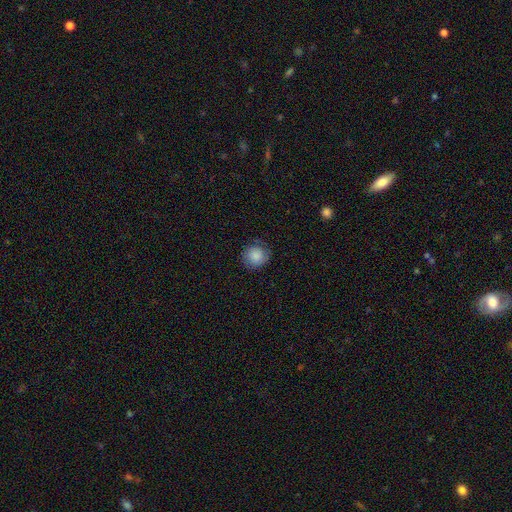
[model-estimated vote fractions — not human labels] The model was most divided on "smooth or featured": smooth: 75%, featured or disk: 17%, star or artifact: 8%. More confident: how rounded — round (87%); merging — none (77%).